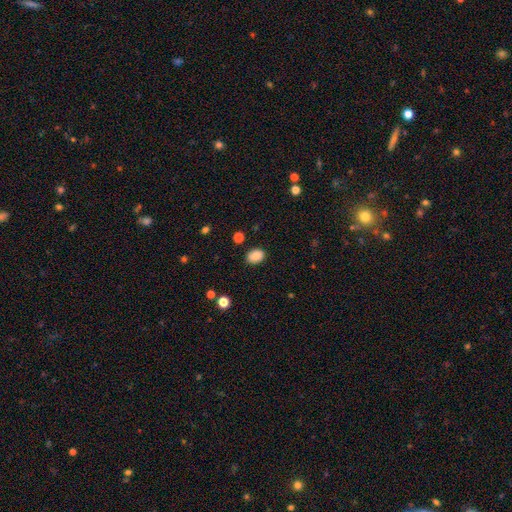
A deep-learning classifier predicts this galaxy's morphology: smooth_or_featured: smooth (p=0.87) [alt: star or artifact p=0.09]
how_rounded: in between (p=0.73) [alt: round p=0.26]
merging: none (p=0.85) [alt: minor disturbance p=0.11]